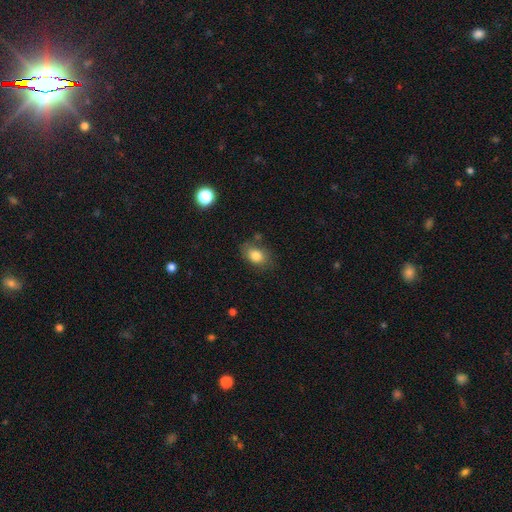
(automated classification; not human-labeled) A smooth galaxy with no disk features (82%) that is in between round and cigar-shaped (77%). Merging: none (71%).